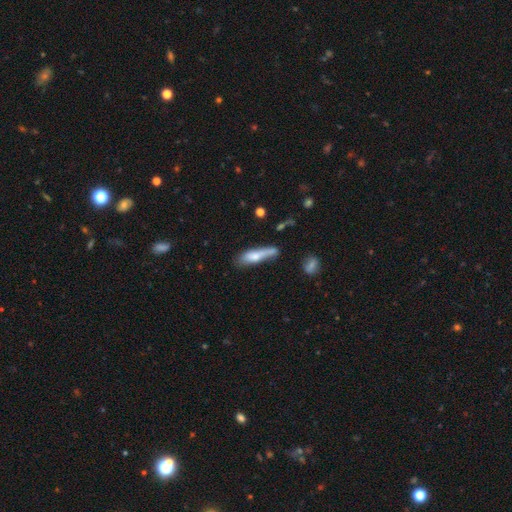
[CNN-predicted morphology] smooth 67%, featured or disk 25%, star or artifact 7%. Down the decision tree: how rounded — cigar-shaped (69%); merging — none (41%).